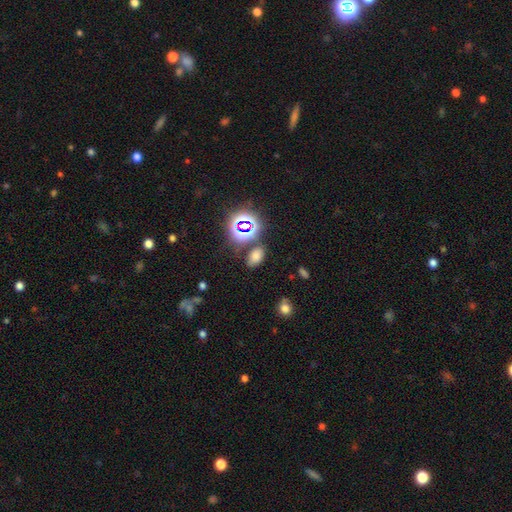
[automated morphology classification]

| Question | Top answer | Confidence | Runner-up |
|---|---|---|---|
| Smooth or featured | smooth | 65% | star or artifact (27%) |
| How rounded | in between | 87% | round (11%) |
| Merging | none | 77% | minor disturbance (12%) |